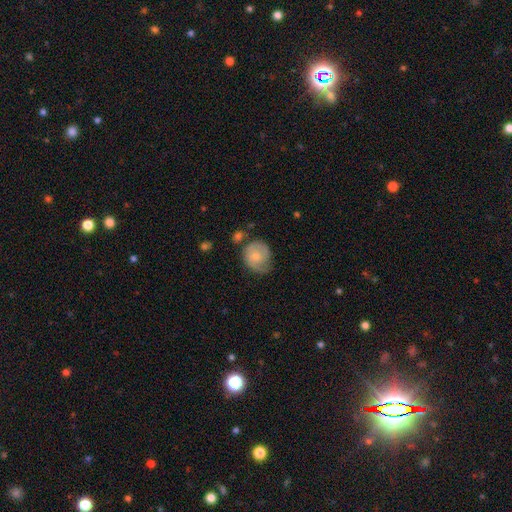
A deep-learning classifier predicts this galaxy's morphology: The model was most divided on "smooth or featured": smooth: 52%, featured or disk: 42%, star or artifact: 7%. Remaining: how rounded — round (74%); merging — none (50%).